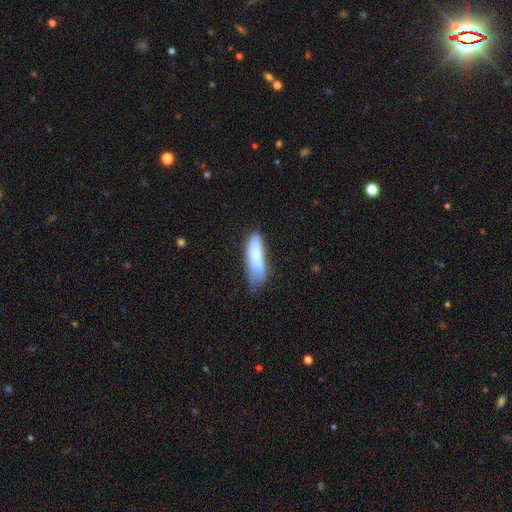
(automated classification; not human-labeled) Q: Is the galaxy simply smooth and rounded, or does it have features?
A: smooth — 75%.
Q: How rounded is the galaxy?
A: cigar-shaped — 57%.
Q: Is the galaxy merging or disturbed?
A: minor disturbance — 40%.